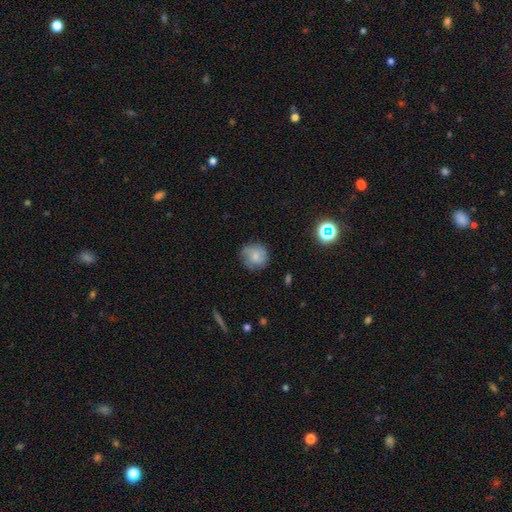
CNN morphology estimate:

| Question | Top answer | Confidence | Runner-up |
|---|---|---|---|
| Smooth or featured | smooth | 64% | featured or disk (26%) |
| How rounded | round | 88% | in between (11%) |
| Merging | none | 74% | minor disturbance (19%) |